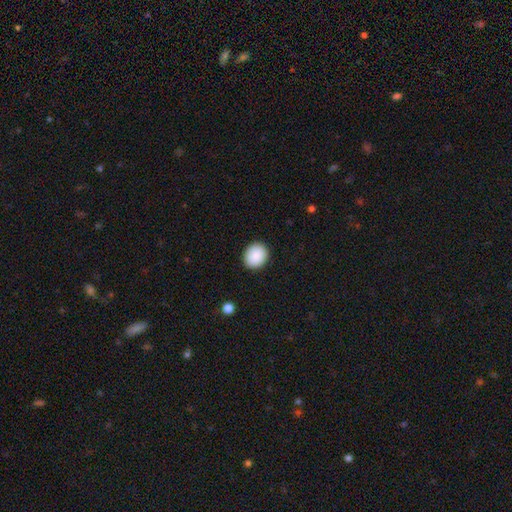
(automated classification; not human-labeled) smooth_or_featured: smooth (p=0.90) [alt: star or artifact p=0.07]
how_rounded: round (p=0.66) [alt: in between p=0.33]
merging: none (p=0.90) [alt: minor disturbance p=0.07]